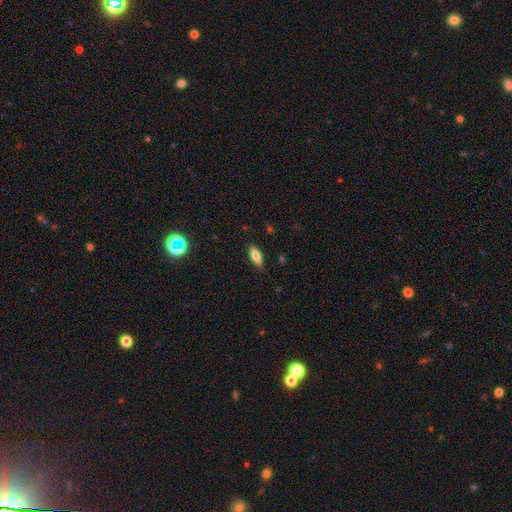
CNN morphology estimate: Overall: smooth (71%). How rounded: in between (67%; cigar-shaped 31%). Merging: none (85%).